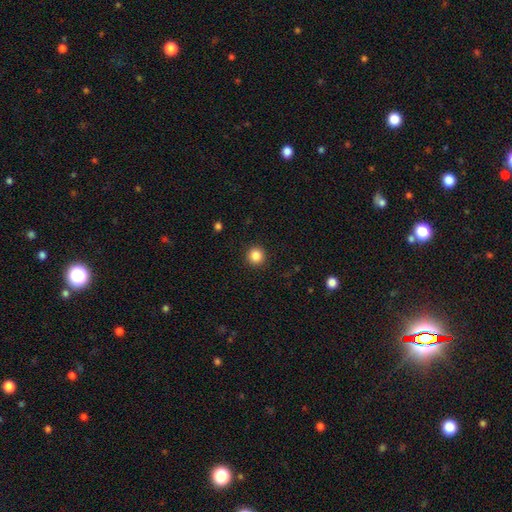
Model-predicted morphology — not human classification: type=smooth (86%); roundness=round (95%); merging=none (93%).